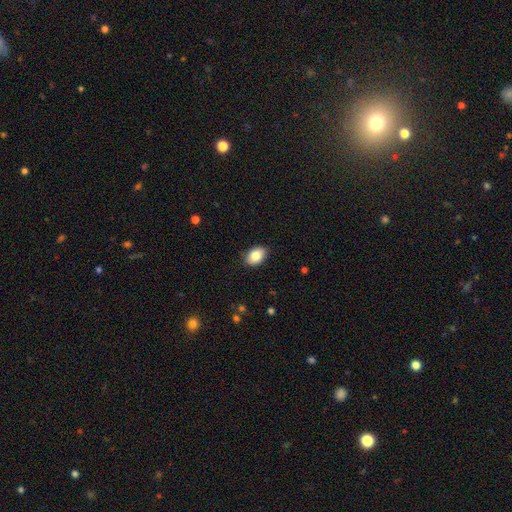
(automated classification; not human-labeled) A smooth galaxy with no disk features (85%) that is in between round and cigar-shaped (84%). Merging: none (87%).